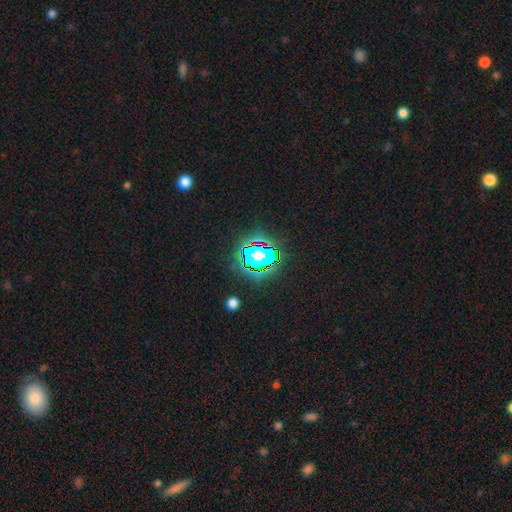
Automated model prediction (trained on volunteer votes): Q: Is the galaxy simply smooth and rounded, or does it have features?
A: star or artifact — 56%.